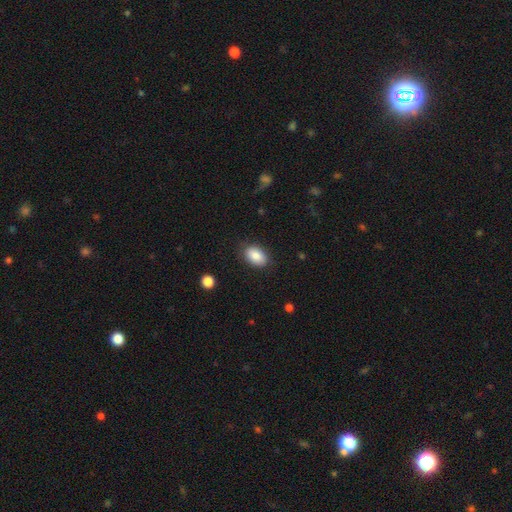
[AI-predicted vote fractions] smooth_or_featured: smooth (p=0.85) [alt: star or artifact p=0.07]
how_rounded: in between (p=0.89) [alt: round p=0.10]
merging: none (p=0.85) [alt: minor disturbance p=0.11]